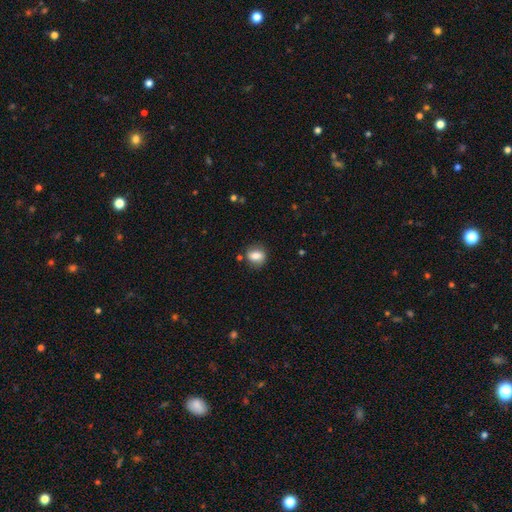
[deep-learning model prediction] Smooth or featured?
  - smooth: 76% *
  - featured or disk: 15%
  - star or artifact: 9%
How rounded?
  - round: 50% *
  - in between: 48%
  - cigar-shaped: 2%
Merging?
  - none: 77% *
  - minor disturbance: 15%
  - major disturbance: 4%
  - merger: 4%